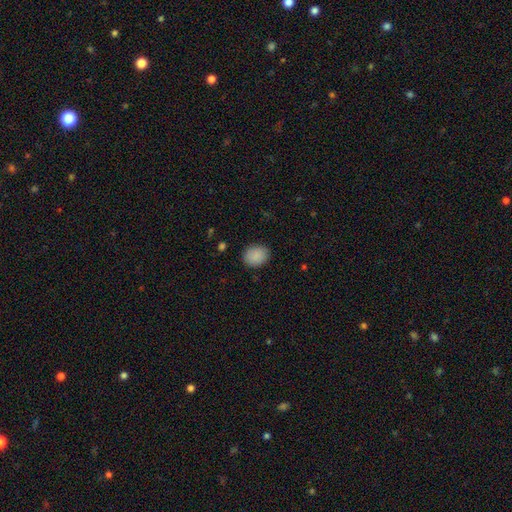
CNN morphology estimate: This appears to be a smooth galaxy with no disk features (89%) that is round (55%). Merging: none (87%).